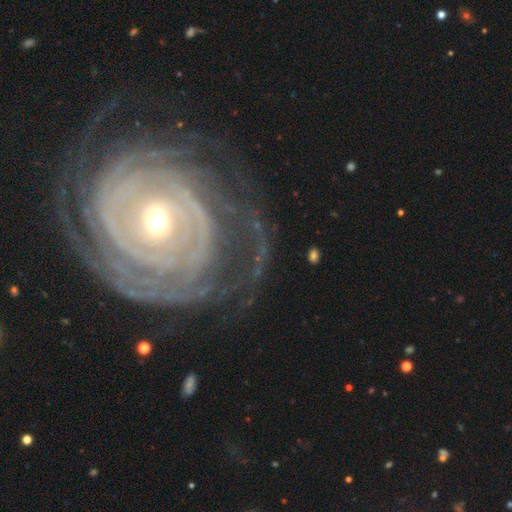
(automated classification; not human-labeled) Q: Smooth or featured?
A: featured or disk (89%); runner-up: star or artifact (6%)
Q: Edge-on disk?
A: no (96%); runner-up: yes (4%)
Q: Bar?
A: no (56%); runner-up: weak (25%)
Q: Spiral arms?
A: yes (95%); runner-up: no (5%)
Q: Spiral winding?
A: tight (83%); runner-up: medium (13%)
Q: Spiral arm count?
A: can't tell (28%); runner-up: more than 4 (18%)
Q: Bulge size?
A: moderate (63%); runner-up: small (30%)
Q: Merging?
A: none (73%); runner-up: minor disturbance (14%)